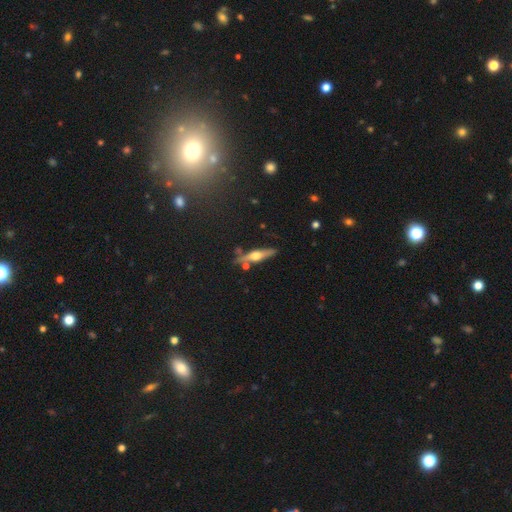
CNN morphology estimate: Q: Smooth or featured?
A: featured or disk (66%); runner-up: smooth (26%)
Q: Edge-on disk?
A: yes (95%); runner-up: no (5%)
Q: Edge-on bulge?
A: rounded (93%); runner-up: boxy (4%)
Q: Merging?
A: none (78%); runner-up: minor disturbance (12%)